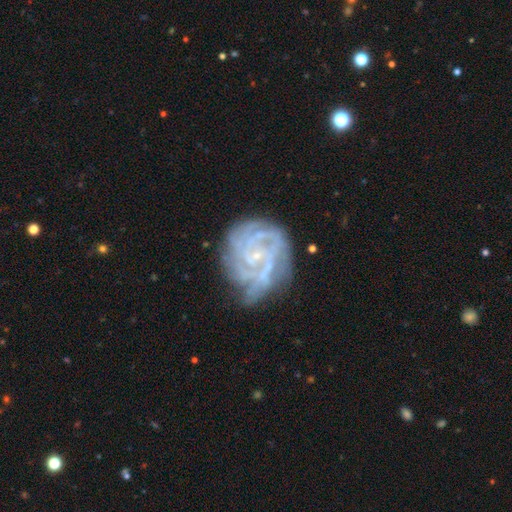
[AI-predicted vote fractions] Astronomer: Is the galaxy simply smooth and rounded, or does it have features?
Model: featured or disk — 83%.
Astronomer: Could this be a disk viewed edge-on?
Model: no — 98%.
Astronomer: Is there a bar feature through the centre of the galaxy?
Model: no — 57% (runner-up: weak, 33%).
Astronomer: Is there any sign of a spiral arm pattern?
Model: yes — 92%.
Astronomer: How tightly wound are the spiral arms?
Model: tight — 68%.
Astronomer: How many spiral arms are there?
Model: can't tell — 32% (runner-up: 4, 21%).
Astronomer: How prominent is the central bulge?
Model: small — 80%.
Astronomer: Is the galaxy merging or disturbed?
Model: none — 59%.